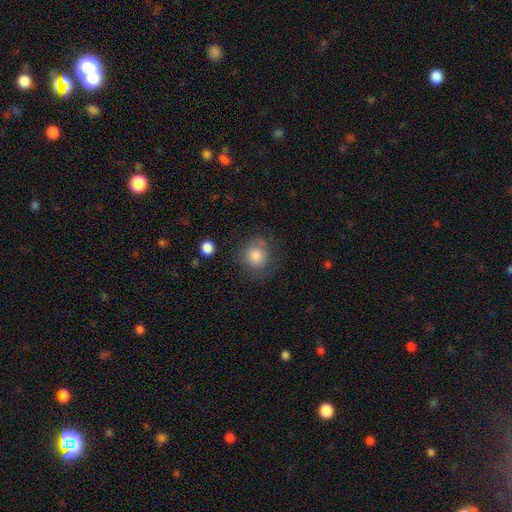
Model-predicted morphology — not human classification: Overall: smooth (80%). How rounded: round (85%). Merging: none (71%).